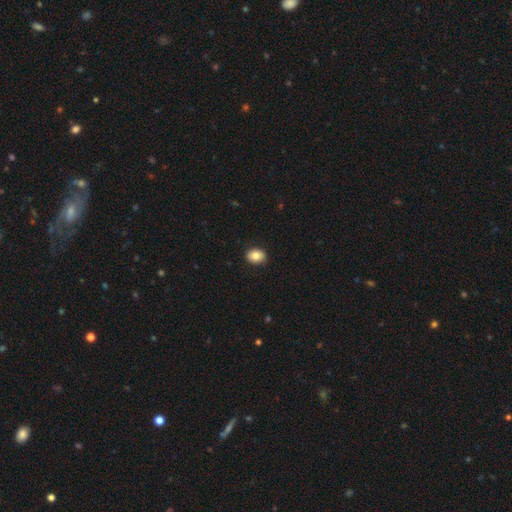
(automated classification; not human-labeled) This appears to be a smooth galaxy with no disk features (83%) that is in between round and cigar-shaped (61%). Merging: none (90%).